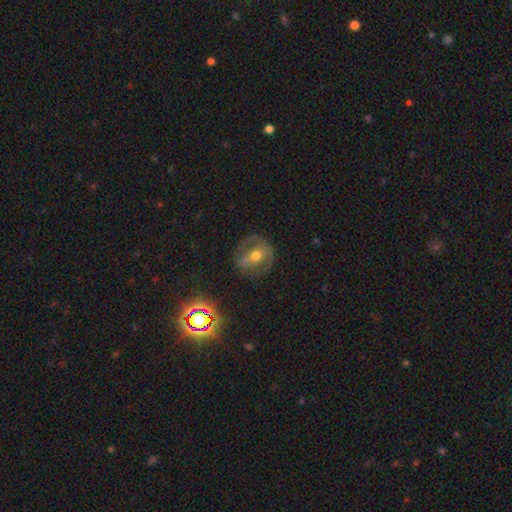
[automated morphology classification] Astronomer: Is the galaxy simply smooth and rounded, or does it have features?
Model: featured or disk — 58%.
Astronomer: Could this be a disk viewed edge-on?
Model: no — 93%.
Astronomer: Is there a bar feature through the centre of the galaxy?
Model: no — 35% (runner-up: strong, 33%).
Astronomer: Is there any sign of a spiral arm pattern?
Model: no — 54% (runner-up: yes, 46%).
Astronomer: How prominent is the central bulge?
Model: moderate — 73%.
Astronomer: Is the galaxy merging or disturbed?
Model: none — 72%.